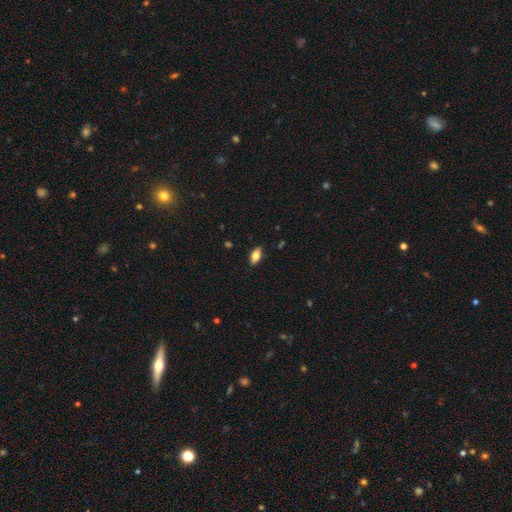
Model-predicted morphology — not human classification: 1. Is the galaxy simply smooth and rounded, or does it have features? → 73% smooth, 19% featured or disk, 8% star or artifact.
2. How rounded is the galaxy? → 88% in between, 8% cigar-shaped, 3% round.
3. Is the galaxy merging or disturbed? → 87% none, 10% minor disturbance, 2% major disturbance, 1% merger.